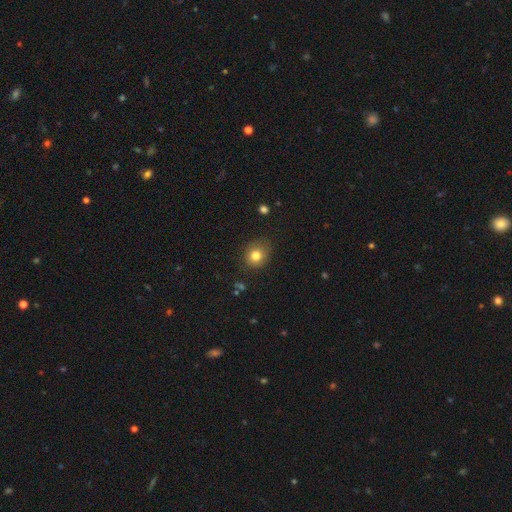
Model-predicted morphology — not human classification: Smooth or featured? smooth (80%)
How rounded? round (75%)
Merging? none (78%)